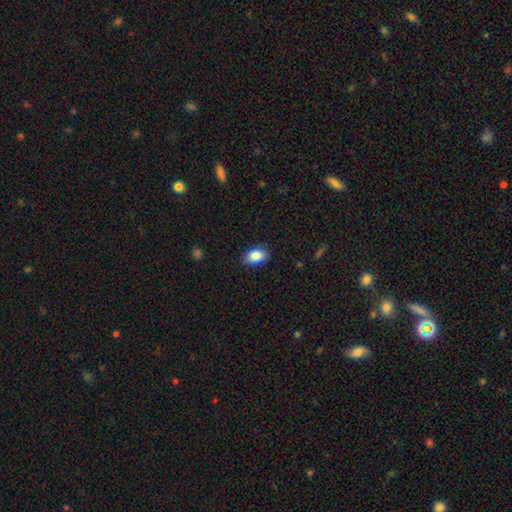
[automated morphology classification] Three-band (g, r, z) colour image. It shows a smooth galaxy with no disk features (85%) that is in between round and cigar-shaped (87%). Merging: none (85%).